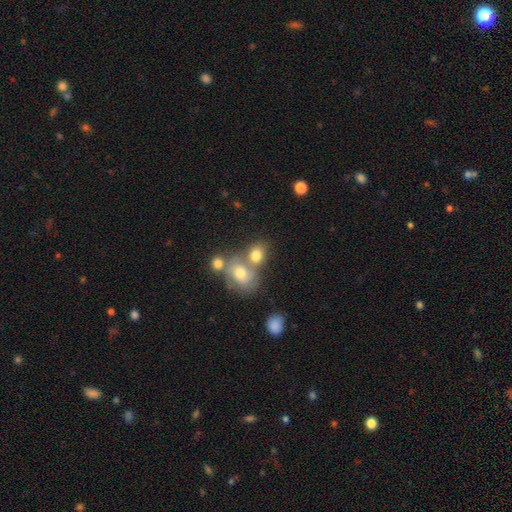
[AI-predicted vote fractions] smooth_or_featured: smooth (p=0.72) [alt: featured or disk p=0.17]
how_rounded: in between (p=0.58) [alt: round p=0.41]
merging: merger (p=0.46) [alt: none p=0.38]